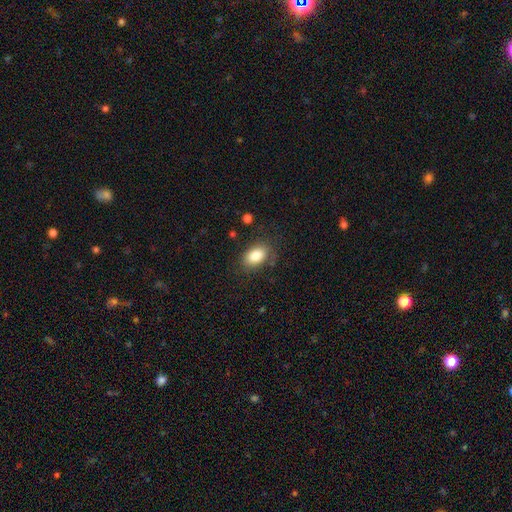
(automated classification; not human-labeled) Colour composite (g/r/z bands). It shows a smooth galaxy with no disk features (85%) that is in between round and cigar-shaped (87%). Merging: none (78%).